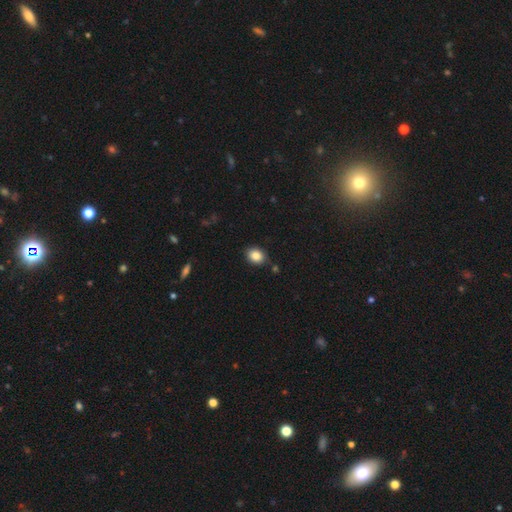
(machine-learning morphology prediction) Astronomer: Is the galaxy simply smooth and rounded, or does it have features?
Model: smooth — 86%.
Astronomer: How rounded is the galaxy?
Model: in between — 53% (runner-up: round, 46%).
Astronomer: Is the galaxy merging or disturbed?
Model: none — 83%.